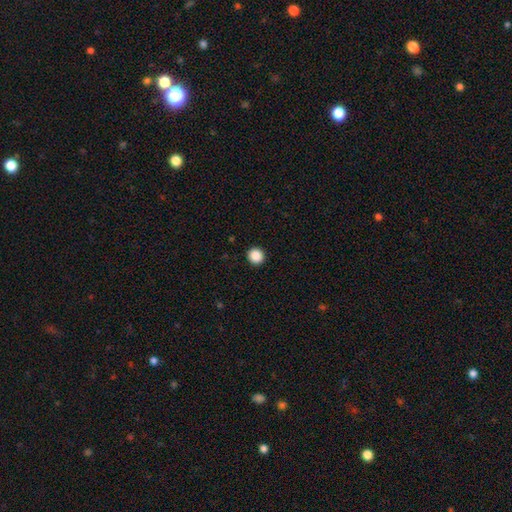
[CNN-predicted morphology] The model was most divided on "smooth or featured": smooth: 88%, star or artifact: 10%, featured or disk: 2%. More confident: merging — none (93%); how rounded — round (92%).